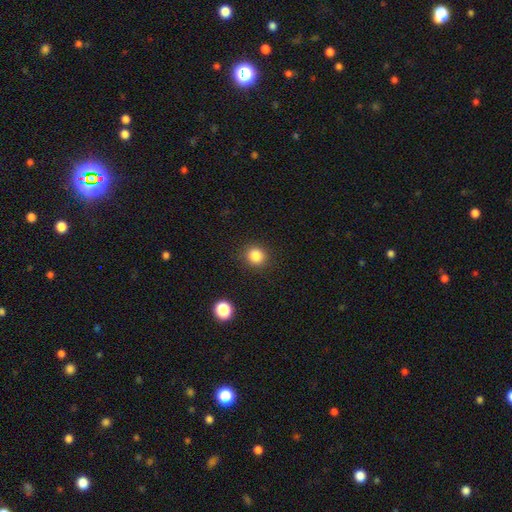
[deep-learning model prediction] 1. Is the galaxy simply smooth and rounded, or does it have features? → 85% smooth, 11% star or artifact, 4% featured or disk.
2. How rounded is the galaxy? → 88% round, 11% in between, 1% cigar-shaped.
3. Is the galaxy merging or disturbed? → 90% none, 7% minor disturbance, 2% major disturbance, 1% merger.